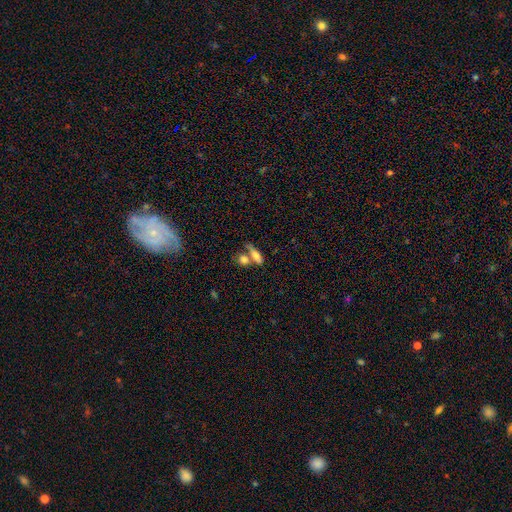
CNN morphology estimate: Smooth or featured: smooth — 73% (featured or disk — 19%)
How rounded: in between — 66% (cigar-shaped — 26%)
Merging: merger — 43% (none — 40%)